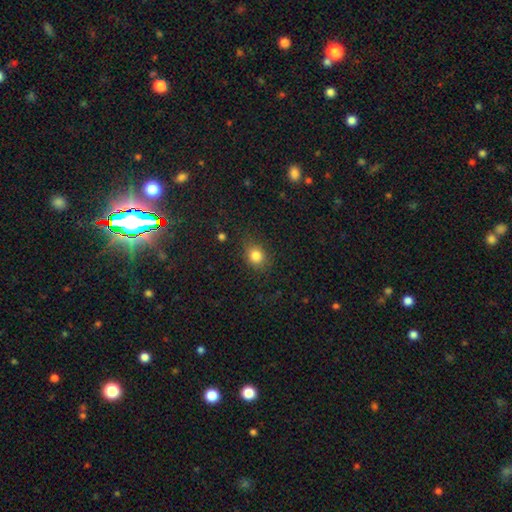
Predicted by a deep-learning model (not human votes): Q: Smooth or featured?
A: smooth (82%); runner-up: star or artifact (12%)
Q: How rounded?
A: round (63%); runner-up: in between (35%)
Q: Merging?
A: none (80%); runner-up: minor disturbance (14%)